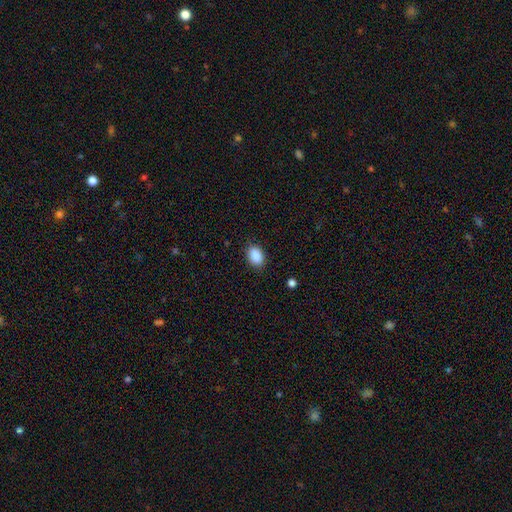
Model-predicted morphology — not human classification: The model was most divided on "how rounded": in between: 82%, round: 16%, cigar-shaped: 1%. More confident: smooth or featured — smooth (89%); merging — none (85%).